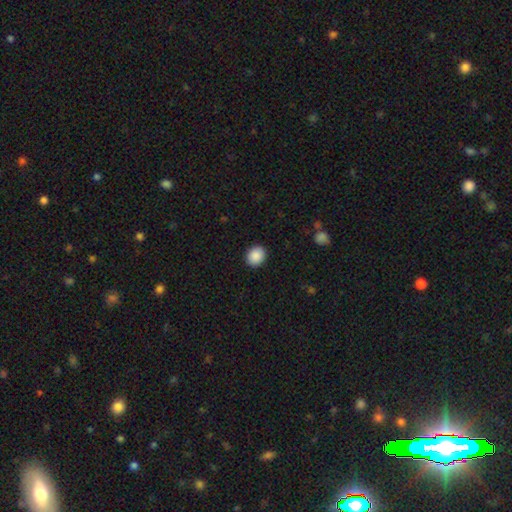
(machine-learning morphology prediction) Smooth or featured: smooth — 90% (star or artifact — 8%)
How rounded: round — 60% (in between — 39%)
Merging: none — 91% (minor disturbance — 6%)